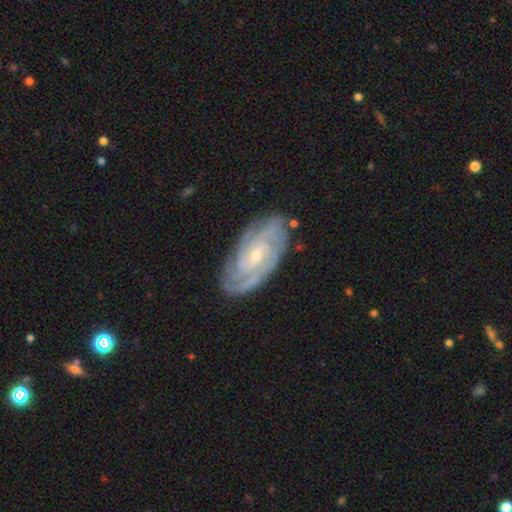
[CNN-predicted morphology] smooth-or-featured: featured or disk: 88% | smooth: 7% | star or artifact: 5%
  disk-edge-on: no: 95% | yes: 5%
    bar: no: 54% | weak: 37% | strong: 9%
    has-spiral-arms: yes: 98% | no: 2%
      spiral-winding: tight: 72% | medium: 24% | loose: 4%
      spiral-arm-count: 3: 28% | can't tell: 22% | 4: 20% | 2: 20% | more than 4: 6% | 1: 5%
    bulge-size: small: 63% | moderate: 34% | none: 1% | large: 1% | dominant: 1%
  merging: none: 81% | minor disturbance: 15% | major disturbance: 3% | merger: 1%